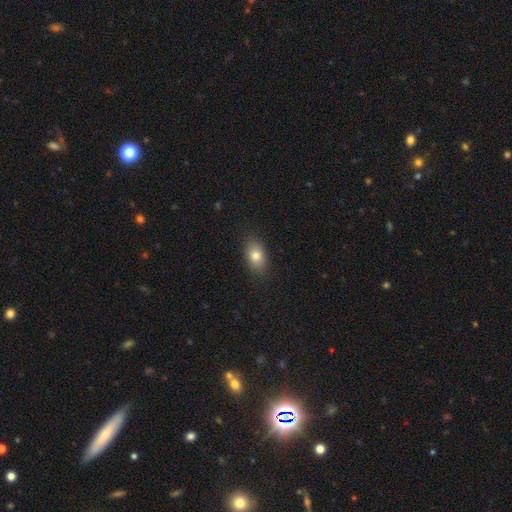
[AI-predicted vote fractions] A smooth galaxy with no disk features (79%) that is in between round and cigar-shaped (84%).

Vote fractions:
- Smooth or featured? smooth: 79% / featured or disk: 12% / star or artifact: 9%
- How rounded? in between: 84% / round: 13% / cigar-shaped: 3%
- Merging? none: 86% / minor disturbance: 10% / major disturbance: 3% / merger: 1%